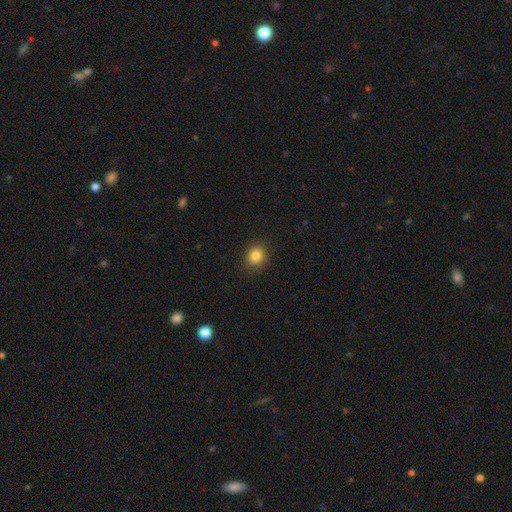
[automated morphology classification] Smooth or featured? Predicted: smooth (p=0.84). How rounded? Predicted: round (p=0.74). Merging? Predicted: none (p=0.90).